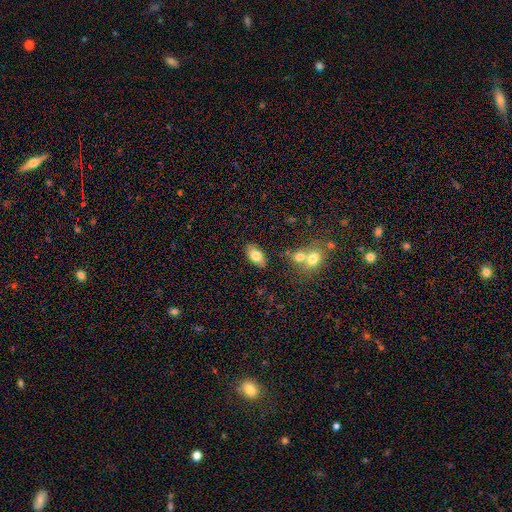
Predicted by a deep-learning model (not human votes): The model was most divided on "smooth or featured": smooth: 78%, featured or disk: 15%, star or artifact: 8%. More confident: how rounded — in between (92%); merging — none (80%).